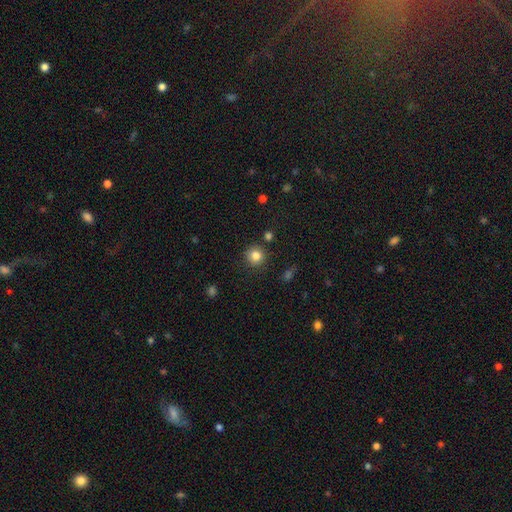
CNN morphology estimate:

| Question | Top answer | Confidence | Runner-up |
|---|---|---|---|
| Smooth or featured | smooth | 83% | star or artifact (11%) |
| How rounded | round | 92% | in between (7%) |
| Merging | none | 86% | minor disturbance (8%) |